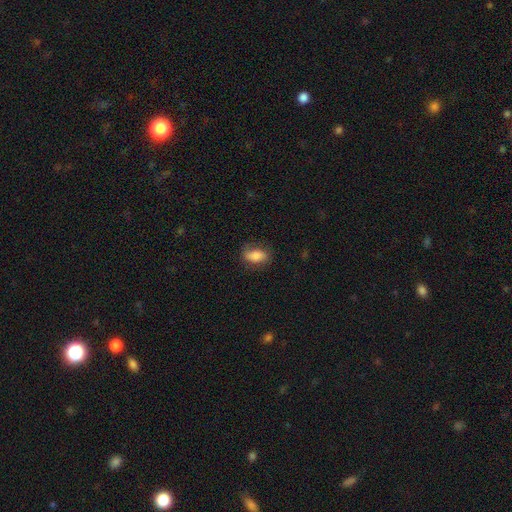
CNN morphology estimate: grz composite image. It shows a smooth galaxy with no disk features (79%) that is in between round and cigar-shaped (87%). Merging: none (74%).